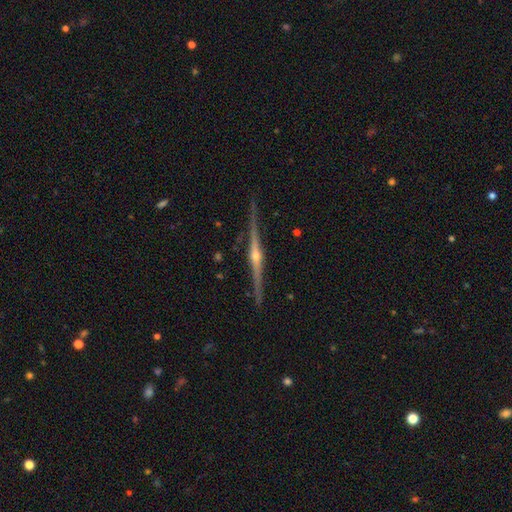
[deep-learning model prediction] Overall: featured or disk (89%). Edge-on disk: yes (99%). Edge-on bulge: rounded (91%). Merging: none (90%).